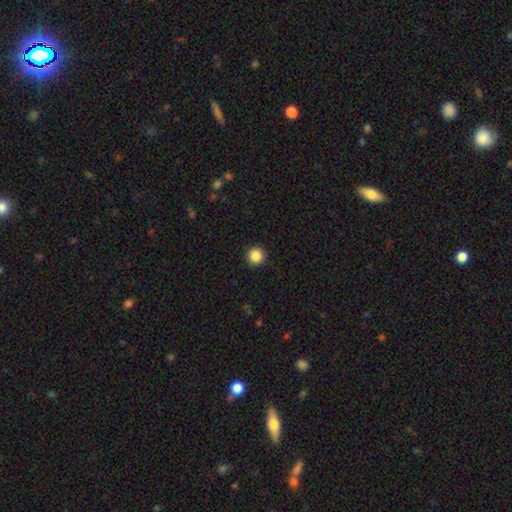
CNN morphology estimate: This appears to be a smooth galaxy with no disk features (86%) that is round (96%). Merging: none (93%).